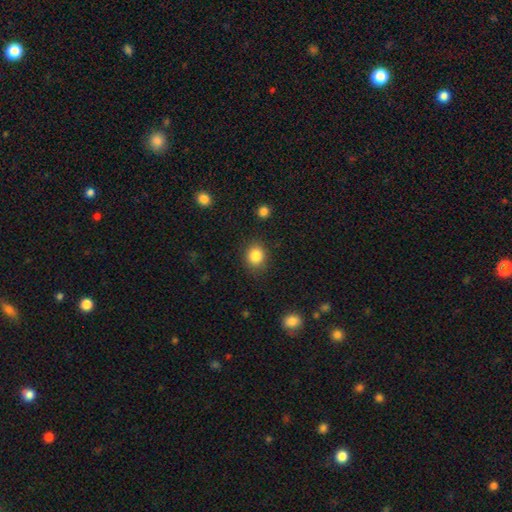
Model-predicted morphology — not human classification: This is clearly a smooth galaxy (85%). How rounded: likely round (71%). Merging: clearly none (85%).